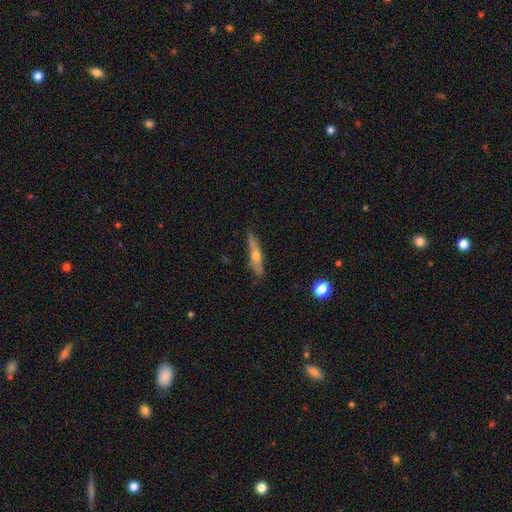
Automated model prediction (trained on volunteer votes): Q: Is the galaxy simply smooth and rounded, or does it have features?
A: featured or disk — 55%.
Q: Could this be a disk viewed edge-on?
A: yes — 89%.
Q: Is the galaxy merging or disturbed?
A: none — 79%.